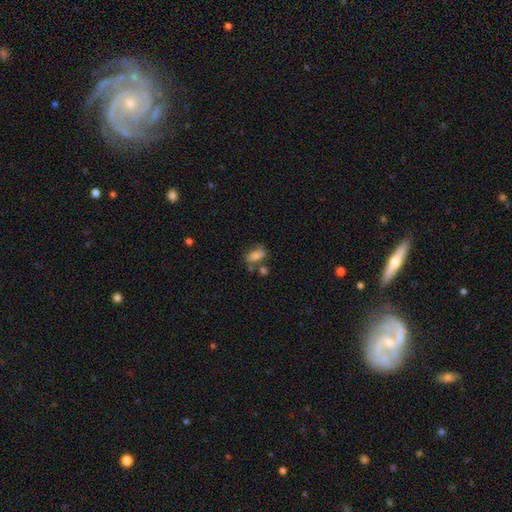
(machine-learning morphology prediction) smooth_or_featured: smooth (p=0.65) [alt: featured or disk p=0.24]
how_rounded: in between (p=0.85) [alt: round p=0.11]
merging: none (p=0.47) [alt: minor disturbance p=0.23]